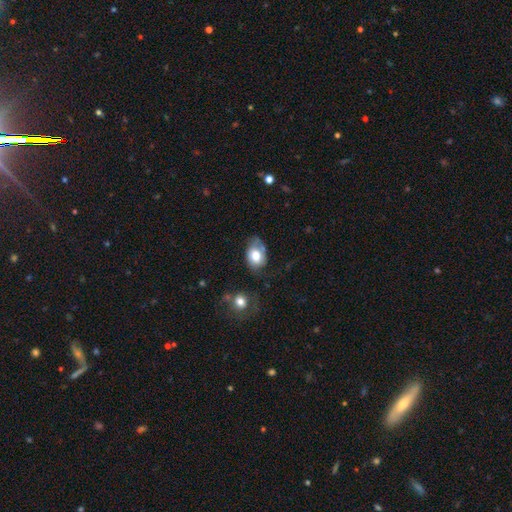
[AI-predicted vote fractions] Smooth or featured? Predicted: smooth (p=0.68). How rounded? Predicted: in between (p=0.77). Merging? Predicted: none (p=0.47).